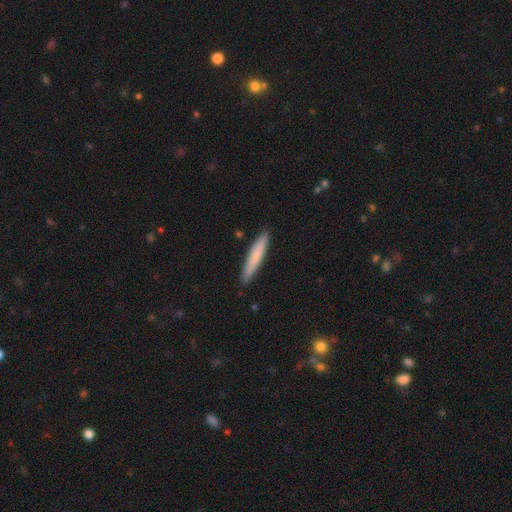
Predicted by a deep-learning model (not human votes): The model was most divided on "smooth or featured": smooth: 75%, featured or disk: 19%, star or artifact: 5%. More confident: how rounded — cigar-shaped (93%); merging — none (90%).